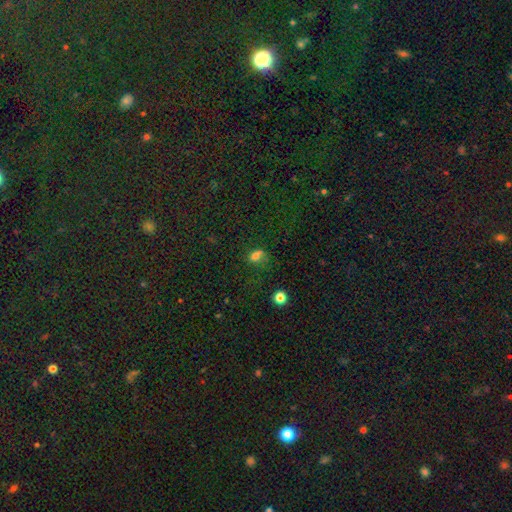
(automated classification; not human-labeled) Smooth or featured?
  - smooth: 68% *
  - star or artifact: 18%
  - featured or disk: 14%
How rounded?
  - in between: 64% *
  - round: 33%
  - cigar-shaped: 3%
Merging?
  - none: 42% *
  - minor disturbance: 24%
  - major disturbance: 23%
  - merger: 10%